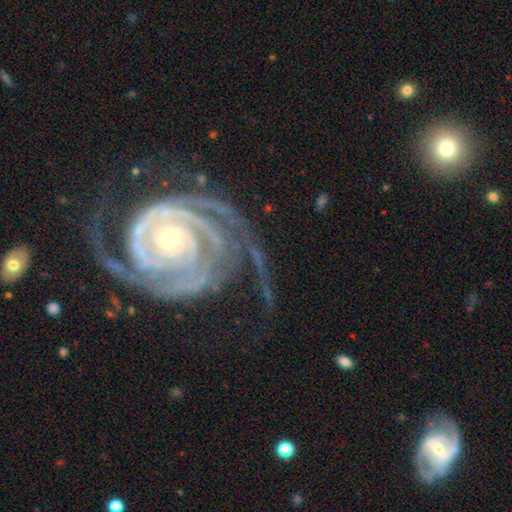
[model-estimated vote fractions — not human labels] Smooth or featured? Predicted: featured or disk (p=0.92). Edge-on disk? Predicted: no (p=0.97). Bar? Predicted: no (p=0.62). Spiral arms? Predicted: yes (p=0.98). Spiral winding? Predicted: tight (p=0.81). Spiral arm count? Predicted: 2 (p=0.34). Bulge size? Predicted: small (p=0.58). Merging? Predicted: none (p=0.55).